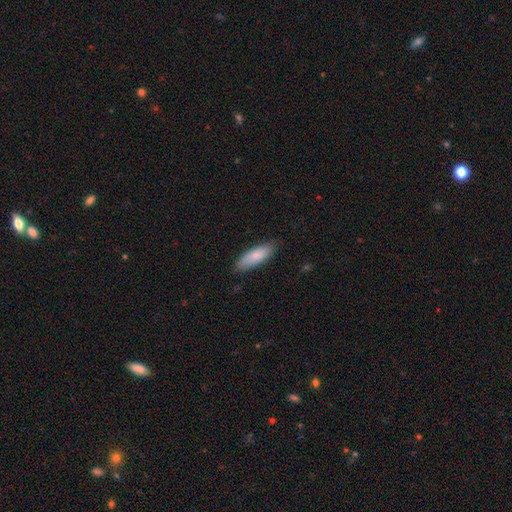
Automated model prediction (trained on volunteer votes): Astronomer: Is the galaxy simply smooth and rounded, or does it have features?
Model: smooth — 83%.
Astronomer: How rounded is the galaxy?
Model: in between — 59% (runner-up: cigar-shaped, 39%).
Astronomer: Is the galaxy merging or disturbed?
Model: none — 82%.